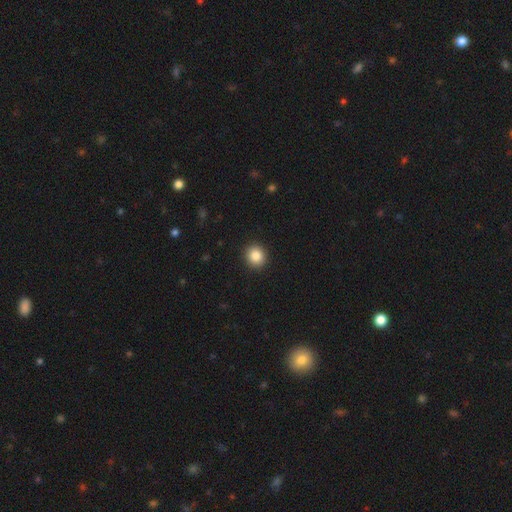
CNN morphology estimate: Q: Smooth or featured?
A: smooth (86%); runner-up: star or artifact (9%)
Q: How rounded?
A: round (86%); runner-up: in between (13%)
Q: Merging?
A: none (92%); runner-up: minor disturbance (5%)